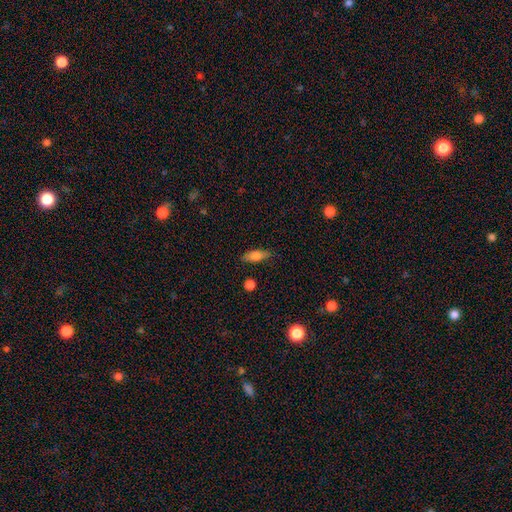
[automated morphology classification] Smooth or featured? Predicted: smooth (p=0.74). How rounded? Predicted: in between (p=0.66). Merging? Predicted: none (p=0.83).